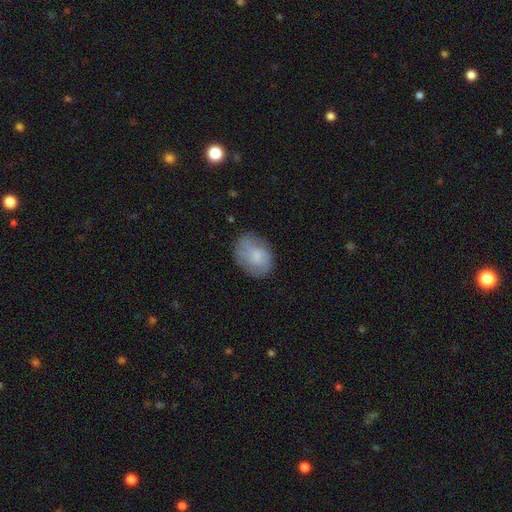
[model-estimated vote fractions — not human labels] Smooth or featured: smooth — 62% (featured or disk — 31%)
How rounded: in between — 70% (round — 29%)
Merging: none — 63% (minor disturbance — 26%)